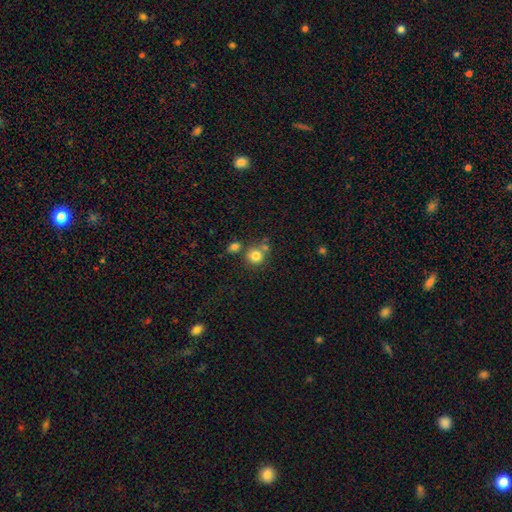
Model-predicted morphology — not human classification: smooth 80%, star or artifact 12%, featured or disk 8%. Down the decision tree: how rounded — round (86%); merging — none (64%).